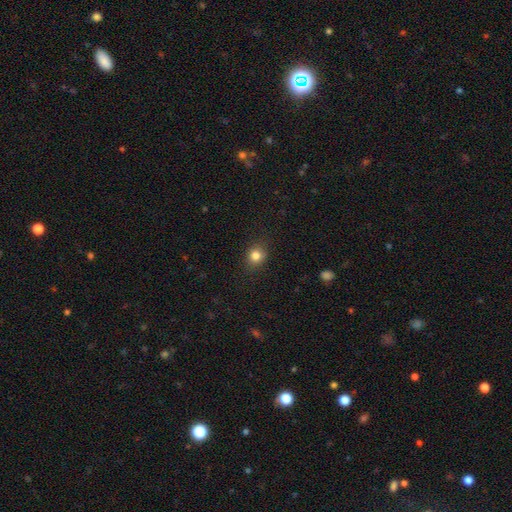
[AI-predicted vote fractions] A smooth galaxy with no disk features (82%) that is round (68%).

Vote fractions:
- Smooth or featured? smooth: 82% / star or artifact: 11% / featured or disk: 6%
- How rounded? round: 68% / in between: 31% / cigar-shaped: 1%
- Merging? none: 85% / minor disturbance: 11% / major disturbance: 3% / merger: 1%